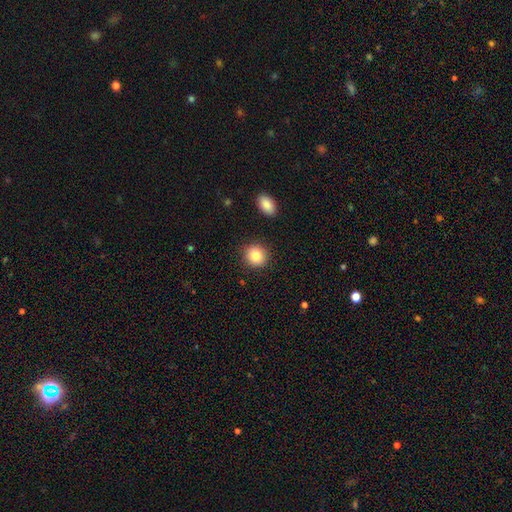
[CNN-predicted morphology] Smooth or featured: smooth — 83% (star or artifact — 9%)
How rounded: round — 88% (in between — 11%)
Merging: none — 89% (minor disturbance — 7%)